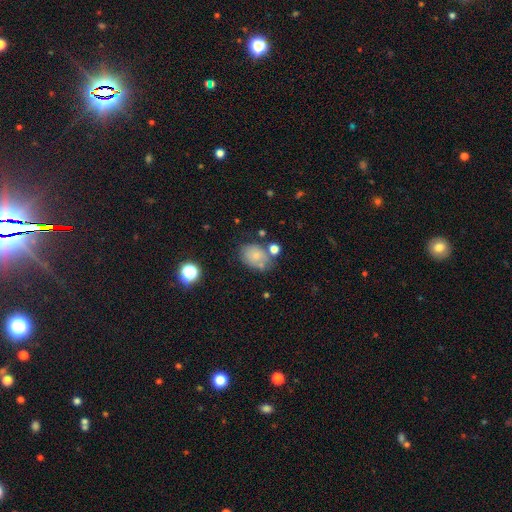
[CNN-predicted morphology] Smooth or featured: smooth — 73% (featured or disk — 16%)
How rounded: in between — 68% (round — 31%)
Merging: none — 57% (minor disturbance — 22%)